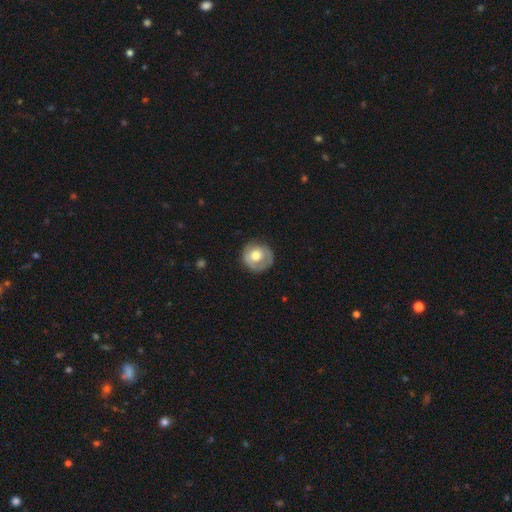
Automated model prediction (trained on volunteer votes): Smooth or featured? Predicted: smooth (p=0.54). How rounded? Predicted: round (p=0.89). Merging? Predicted: none (p=0.73).